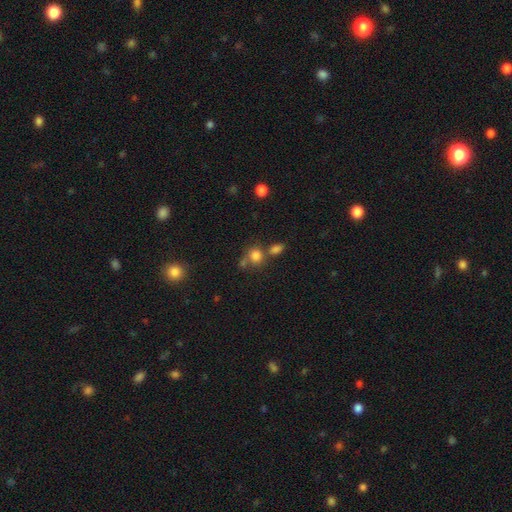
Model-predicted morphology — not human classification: smooth_or_featured: smooth (p=0.79) [alt: star or artifact p=0.13]
how_rounded: round (p=0.79) [alt: in between p=0.20]
merging: none (p=0.56) [alt: merger p=0.27]